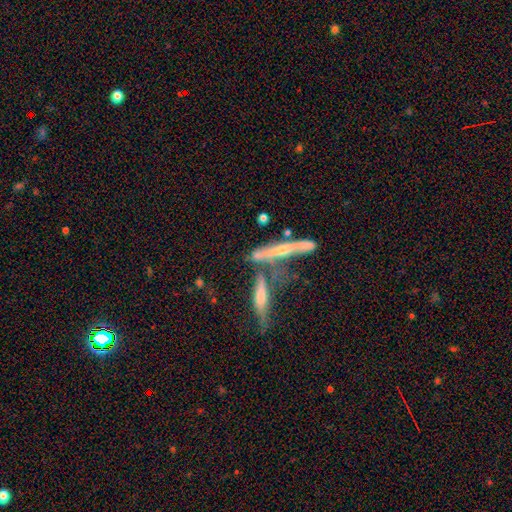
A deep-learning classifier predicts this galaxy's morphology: smooth_or_featured: featured or disk (p=0.66) [alt: smooth p=0.25]
disk_edge_on: yes (p=0.88) [alt: no p=0.12]
edge_on_bulge: rounded (p=0.75) [alt: none p=0.18]
merging: none (p=0.47) [alt: merger p=0.34]